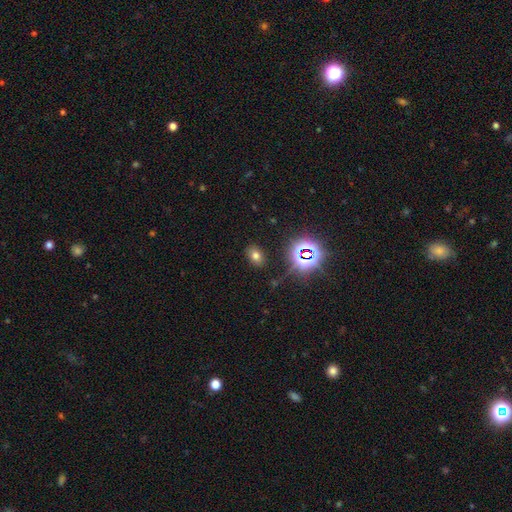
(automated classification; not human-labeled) This is likely a smooth galaxy (64%). How rounded: likely in between (79%). Merging: clearly none (85%).